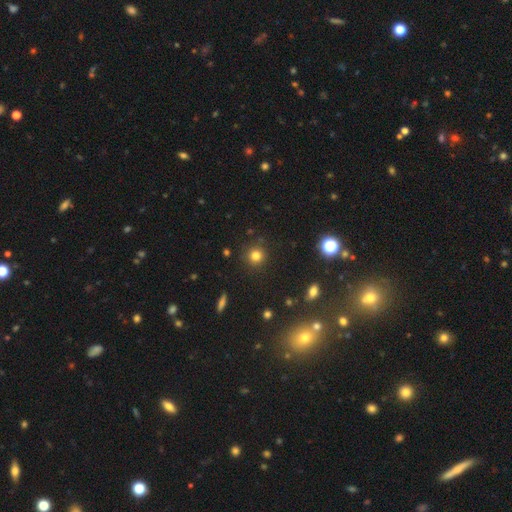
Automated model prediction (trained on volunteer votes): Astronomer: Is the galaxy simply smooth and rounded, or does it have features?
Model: smooth — 78%.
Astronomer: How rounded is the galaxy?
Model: round — 93%.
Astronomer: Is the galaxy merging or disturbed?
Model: none — 89%.